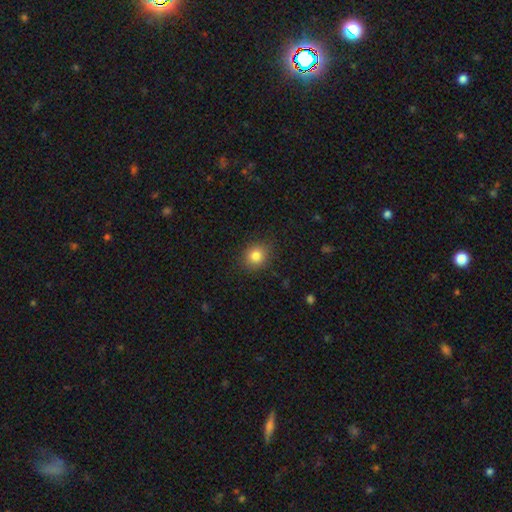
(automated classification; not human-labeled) Smooth or featured? smooth (83%)
How rounded? round (79%)
Merging? none (86%)